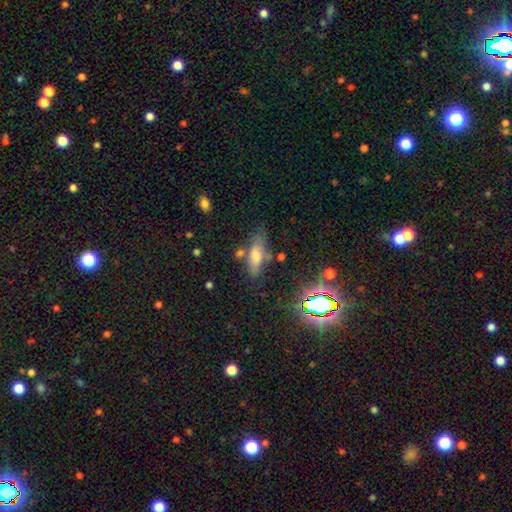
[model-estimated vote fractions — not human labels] The model was most divided on "how rounded": in between: 59%, cigar-shaped: 37%, round: 5%. More confident: merging — none (64%); smooth or featured — smooth (60%).